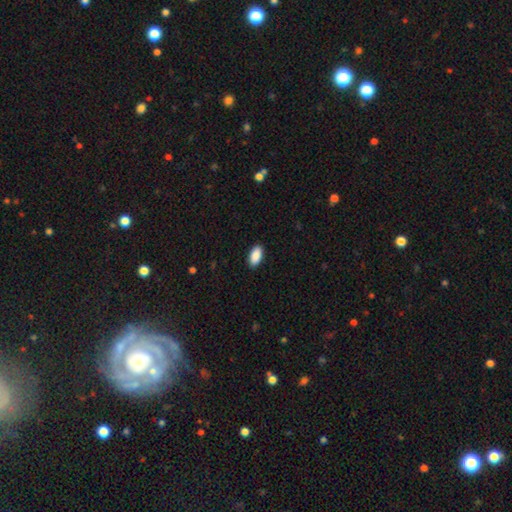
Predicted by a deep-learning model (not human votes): Overall: smooth (91%). How rounded: in between (94%). Merging: none (90%).